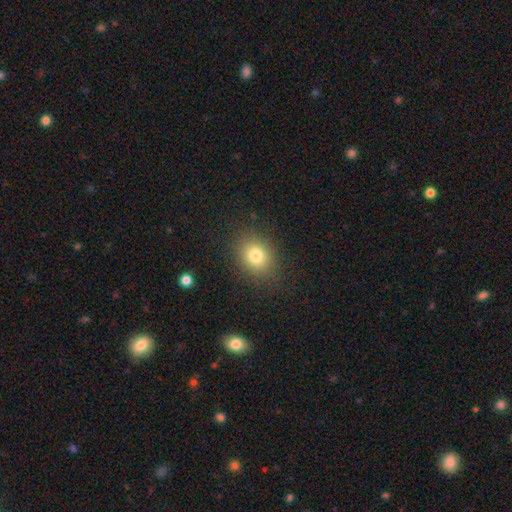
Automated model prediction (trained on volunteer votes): smooth-or-featured: smooth: 79% | star or artifact: 12% | featured or disk: 8%
  how-rounded: round: 54% | in between: 45% | cigar-shaped: 1%
  merging: none: 85% | minor disturbance: 10% | major disturbance: 4% | merger: 1%